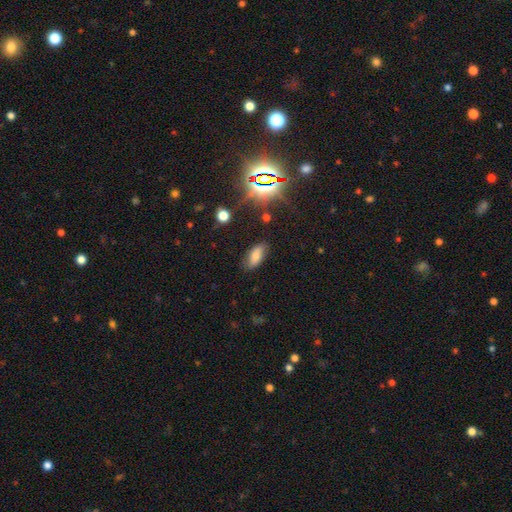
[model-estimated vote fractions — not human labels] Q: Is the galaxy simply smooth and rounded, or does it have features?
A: smooth — 71%.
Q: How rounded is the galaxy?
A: in between — 86%.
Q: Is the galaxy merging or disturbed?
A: none — 80%.